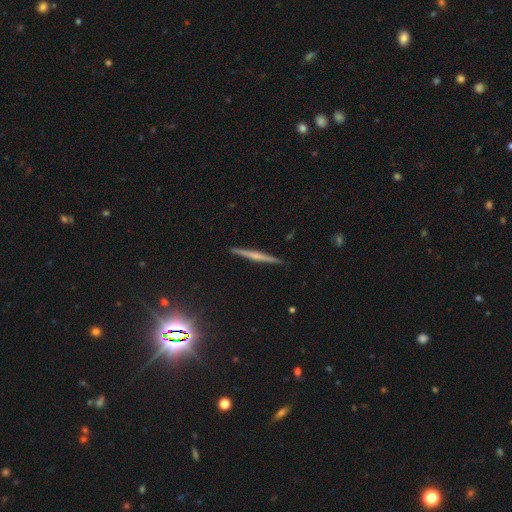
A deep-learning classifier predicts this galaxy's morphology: Overall: featured or disk (62%; smooth 29%). Edge-on disk: yes (98%). Edge-on bulge: rounded (49%; none 41%). Merging: none (92%).